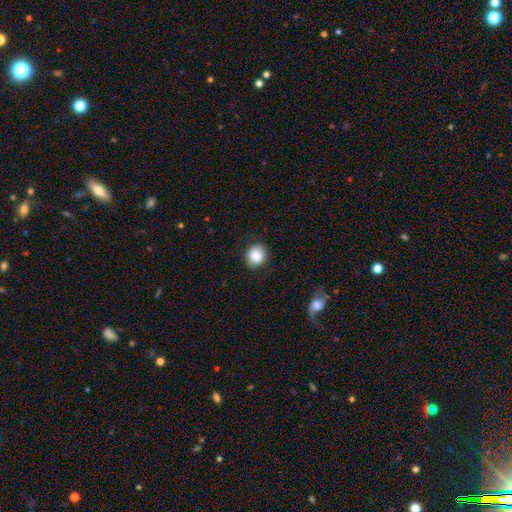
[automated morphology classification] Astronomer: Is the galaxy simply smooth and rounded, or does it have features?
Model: smooth — 83%.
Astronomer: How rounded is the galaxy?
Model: round — 62% (runner-up: in between, 38%).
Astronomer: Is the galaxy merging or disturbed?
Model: none — 88%.